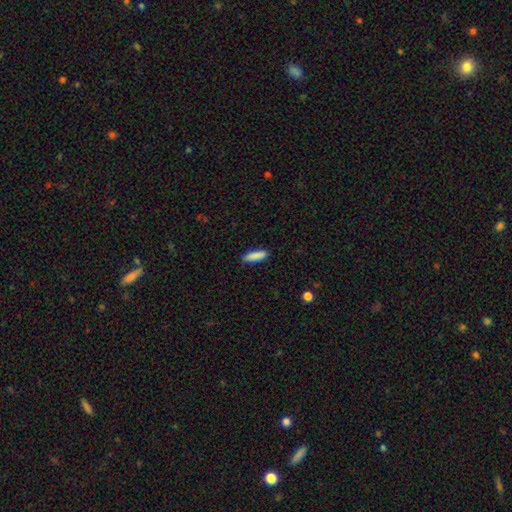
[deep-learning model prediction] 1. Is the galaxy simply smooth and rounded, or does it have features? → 89% smooth, 6% star or artifact, 5% featured or disk.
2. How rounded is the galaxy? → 60% cigar-shaped, 38% in between, 2% round.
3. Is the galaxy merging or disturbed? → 89% none, 8% minor disturbance, 2% major disturbance, 1% merger.